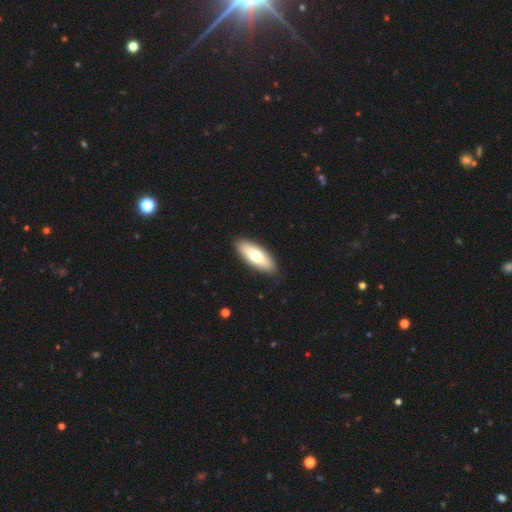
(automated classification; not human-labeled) smooth_or_featured: smooth (p=0.68) [alt: featured or disk p=0.27]
how_rounded: in between (p=0.71) [alt: cigar-shaped p=0.26]
merging: none (p=0.90) [alt: minor disturbance p=0.08]